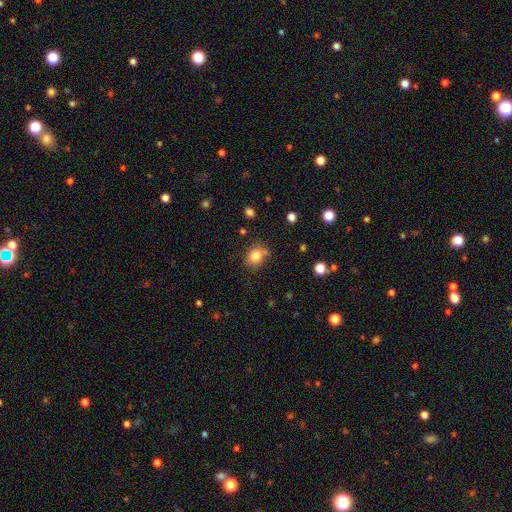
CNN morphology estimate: smooth_or_featured: smooth (p=0.81) [alt: star or artifact p=0.12]
how_rounded: round (p=0.64) [alt: in between p=0.35]
merging: none (p=0.69) [alt: minor disturbance p=0.17]